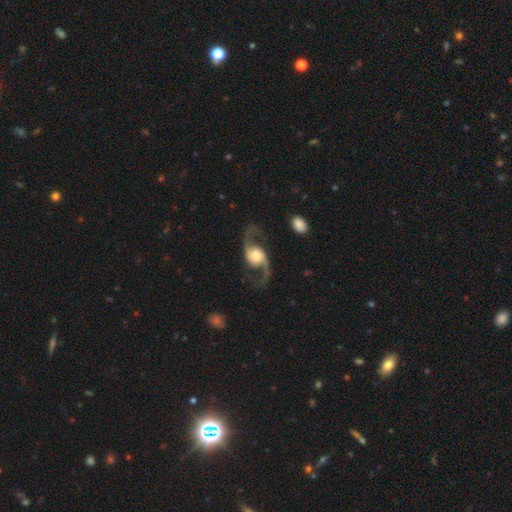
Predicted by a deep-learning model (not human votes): A featured or disk galaxy (90%) with no bar (58%), 2 (94%) loose (72%) spiral arms (97%) and a large central bulge (42%).

Vote fractions:
- Smooth or featured? featured or disk: 90% / smooth: 6% / star or artifact: 4%
- Edge-on disk? no: 96% / yes: 4%
- Bar? no: 58% / weak: 30% / strong: 12%
- Spiral arms? yes: 97% / no: 3%
- Spiral winding? loose: 72% / medium: 24% / tight: 4%
- Spiral arm count? 2: 94% / 1: 2% / can't tell: 1% / 3: 1% / 4: 1% / more than 4: 1%
- Bulge size? large: 42% / moderate: 35% / small: 11% / dominant: 9% / none: 3%
- Merging? none: 77% / minor disturbance: 12% / major disturbance: 9% / merger: 2%